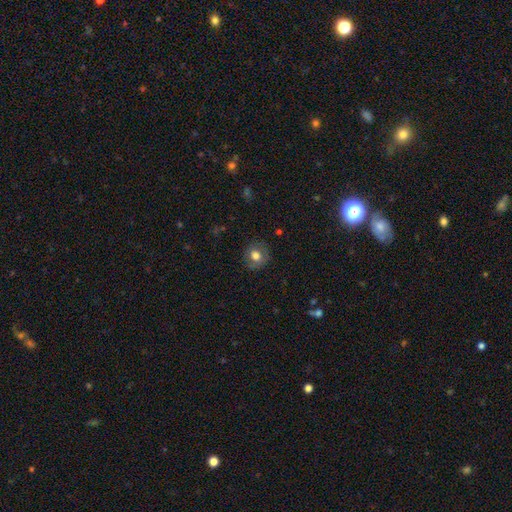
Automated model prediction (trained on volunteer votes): Smooth or featured? smooth (75%)
How rounded? round (82%)
Merging? none (85%)